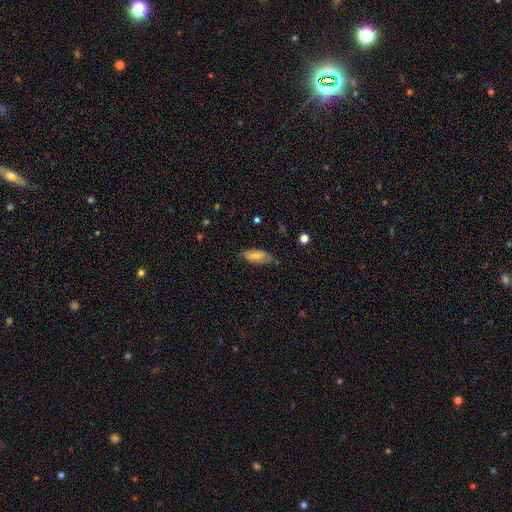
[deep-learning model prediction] Q: Smooth or featured?
A: smooth (66%); runner-up: featured or disk (27%)
Q: How rounded?
A: in between (82%); runner-up: cigar-shaped (16%)
Q: Merging?
A: none (70%); runner-up: minor disturbance (24%)